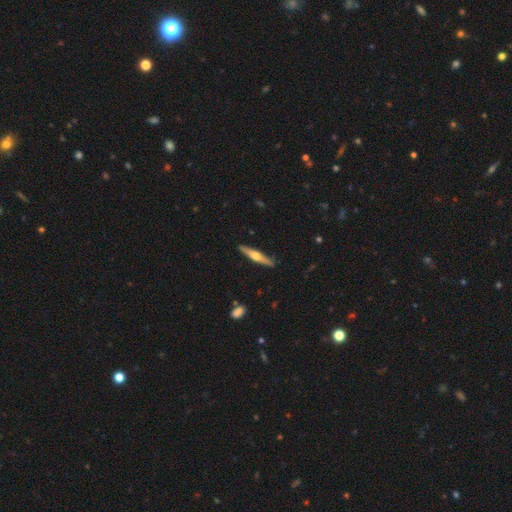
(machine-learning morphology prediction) smooth_or_featured: featured or disk (p=0.61) [alt: smooth p=0.34]
disk_edge_on: yes (p=0.96) [alt: no p=0.04]
edge_on_bulge: rounded (p=0.92) [alt: none p=0.05]
merging: none (p=0.89) [alt: minor disturbance p=0.08]